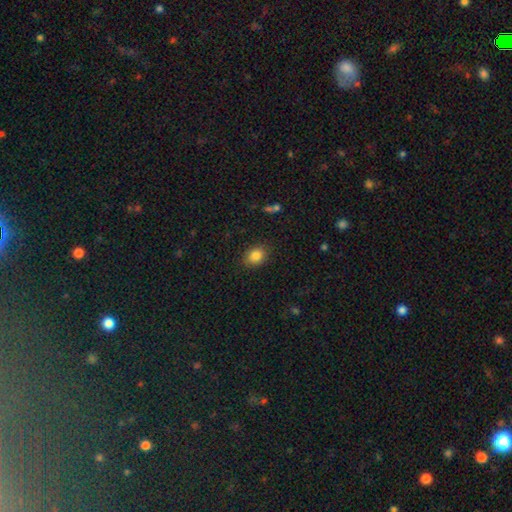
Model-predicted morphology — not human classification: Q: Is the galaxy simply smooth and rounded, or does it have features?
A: smooth — 84%.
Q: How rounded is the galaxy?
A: in between — 61%.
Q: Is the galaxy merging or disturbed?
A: none — 86%.